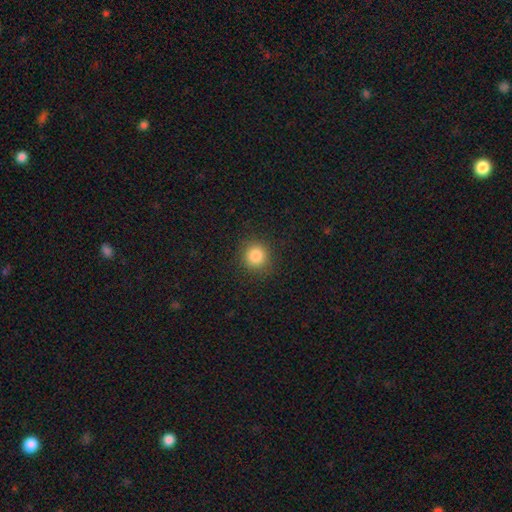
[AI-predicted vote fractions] This appears to be a smooth galaxy with no disk features (84%) that is round (92%). Merging: none (89%).